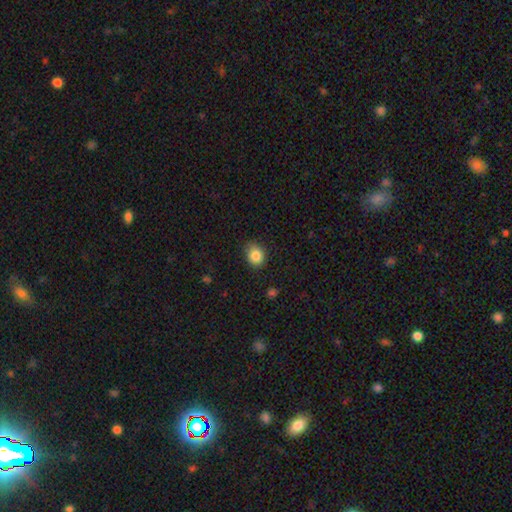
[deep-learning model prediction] Smooth or featured? Predicted: smooth (p=0.86). How rounded? Predicted: in between (p=0.50). Merging? Predicted: none (p=0.79).